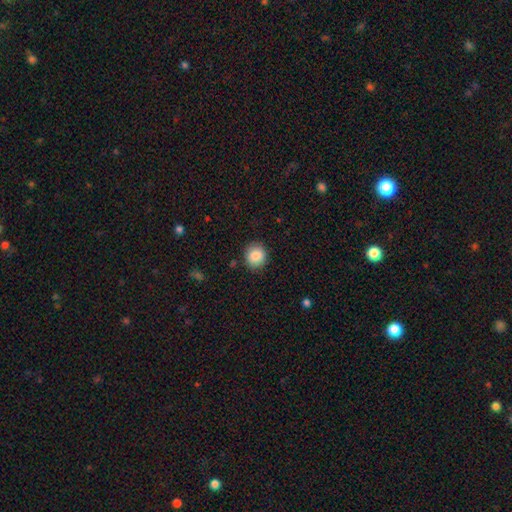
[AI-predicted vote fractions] This is clearly a smooth galaxy (87%). How rounded: clearly round (82%). Merging: clearly none (88%).